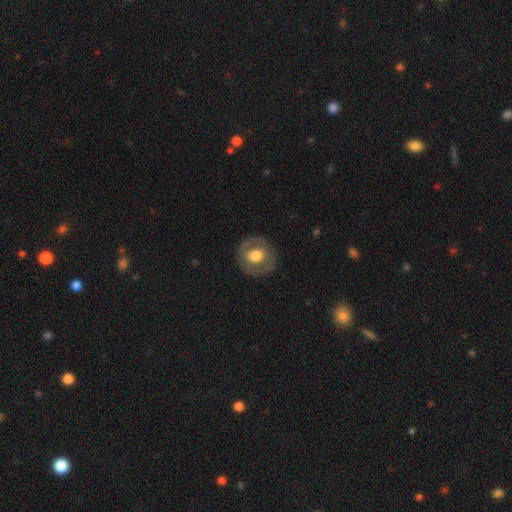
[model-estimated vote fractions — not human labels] This is possibly a featured or disk galaxy (47%, tied with smooth). Merging: clearly none (83%).